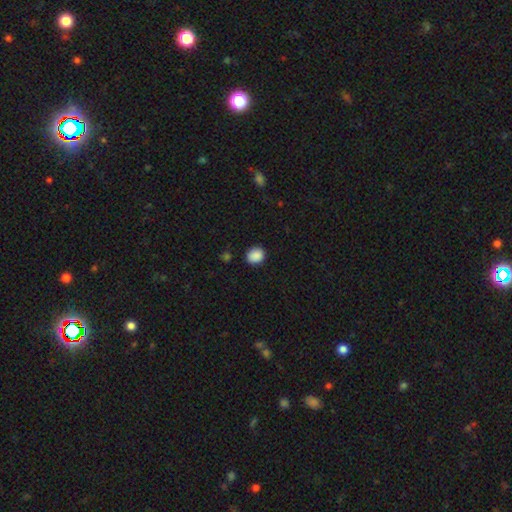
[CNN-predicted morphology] smooth-or-featured: smooth: 88% | star or artifact: 9% | featured or disk: 3%
  how-rounded: round: 73% | in between: 26% | cigar-shaped: 1%
  merging: none: 86% | minor disturbance: 10% | major disturbance: 2% | merger: 1%